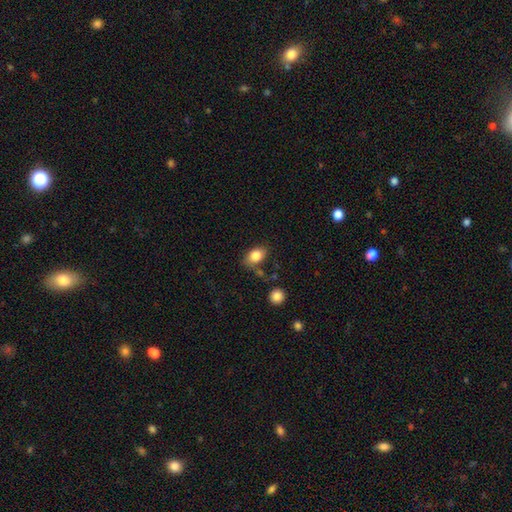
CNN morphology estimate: This appears to be a smooth galaxy with no disk features (83%) that is in between round and cigar-shaped (78%). Merging: none (68%).